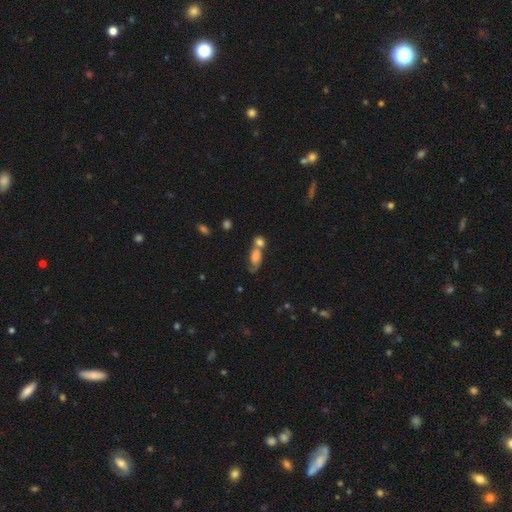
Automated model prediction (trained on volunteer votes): smooth_or_featured: smooth (p=0.59) [alt: featured or disk p=0.29]
how_rounded: in between (p=0.78) [alt: round p=0.12]
merging: merger (p=0.51) [alt: none p=0.25]